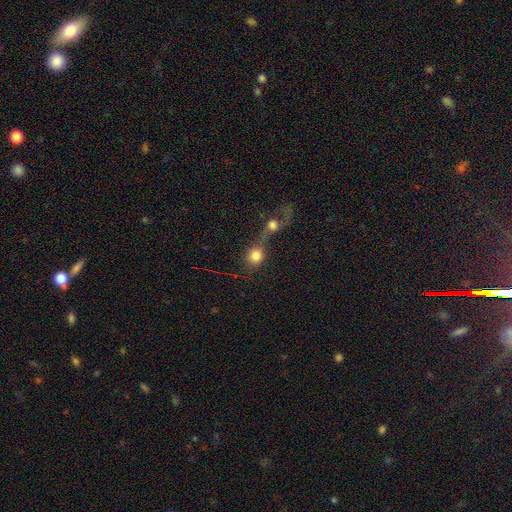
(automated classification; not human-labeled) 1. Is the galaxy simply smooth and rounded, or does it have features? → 77% smooth, 13% featured or disk, 10% star or artifact.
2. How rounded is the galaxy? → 80% round, 18% in between, 2% cigar-shaped.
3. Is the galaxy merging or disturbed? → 66% merger, 20% none, 8% major disturbance, 6% minor disturbance.